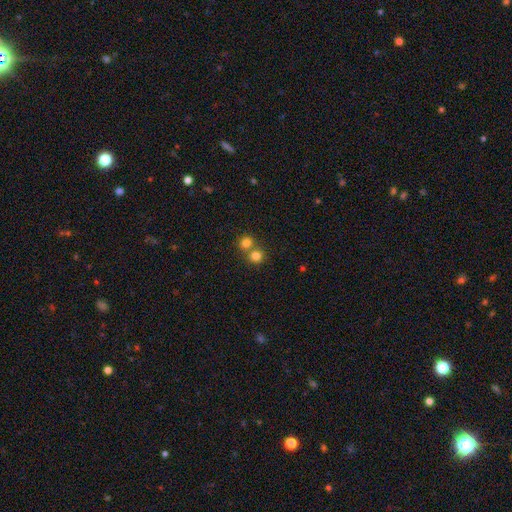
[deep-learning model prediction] The model was most divided on "merging": none: 52%, merger: 41%, minor disturbance: 5%, major disturbance: 2%. More confident: how rounded — round (89%); smooth or featured — smooth (79%).